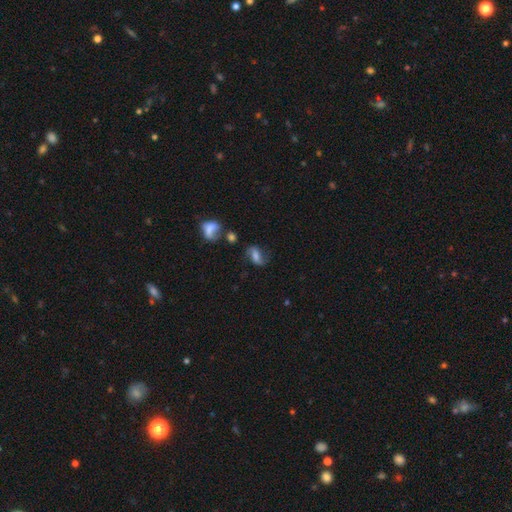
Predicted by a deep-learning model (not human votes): smooth-or-featured: featured or disk: 59% | smooth: 30% | star or artifact: 11%
  disk-edge-on: no: 94% | yes: 6%
    bar: weak: 41% | strong: 31% | no: 28%
    has-spiral-arms: yes: 89% | no: 11%
    bulge-size: moderate: 39% | small: 24% | none: 18% | large: 16% | dominant: 3%
  merging: none: 65% | minor disturbance: 20% | major disturbance: 10% | merger: 6%